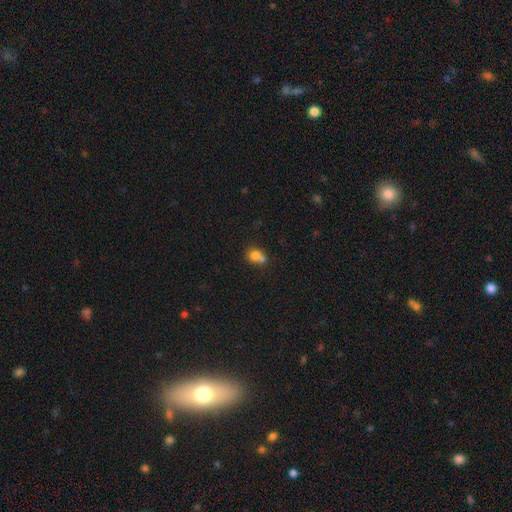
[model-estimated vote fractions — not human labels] smooth-or-featured: smooth: 76% | featured or disk: 14% | star or artifact: 11%
  how-rounded: round: 72% | in between: 27% | cigar-shaped: 1%
  merging: merger: 53% | none: 34% | minor disturbance: 9% | major disturbance: 4%